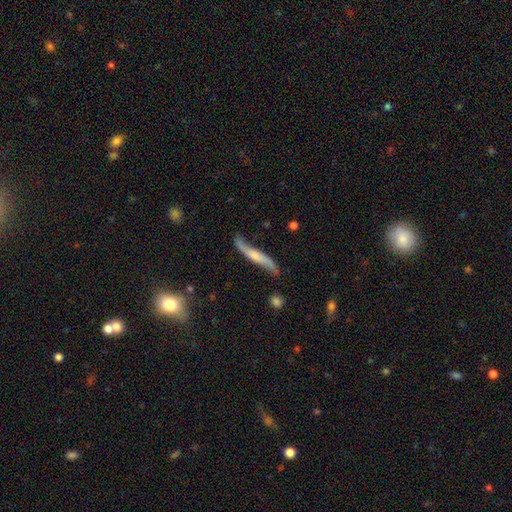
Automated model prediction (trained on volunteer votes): Smooth or featured? Predicted: featured or disk (p=0.68). Edge-on disk? Predicted: yes (p=0.50, tied with no). Merging? Predicted: none (p=0.67).